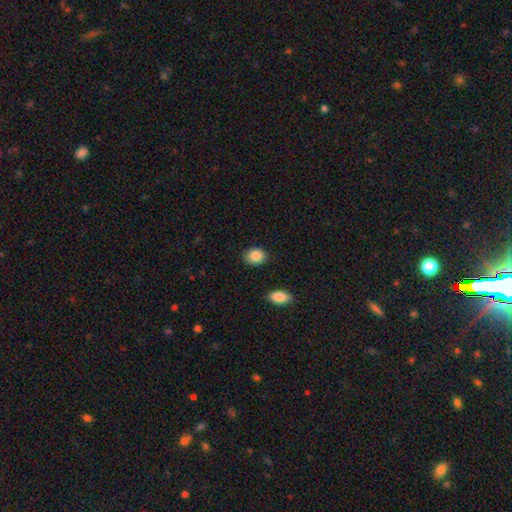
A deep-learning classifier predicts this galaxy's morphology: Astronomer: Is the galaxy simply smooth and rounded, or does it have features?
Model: smooth — 87%.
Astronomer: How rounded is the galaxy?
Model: in between — 52% (runner-up: round, 47%).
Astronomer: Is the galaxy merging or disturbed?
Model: none — 86%.